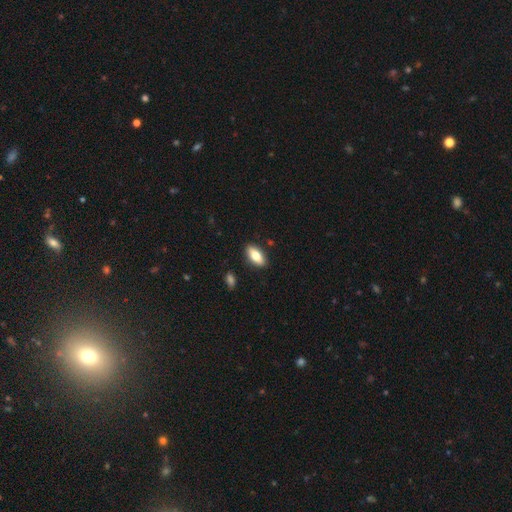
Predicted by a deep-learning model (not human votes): A smooth galaxy with no disk features (75%) that is in between round and cigar-shaped (83%).

Vote fractions:
- Smooth or featured? smooth: 75% / featured or disk: 18% / star or artifact: 6%
- How rounded? in between: 83% / cigar-shaped: 14% / round: 3%
- Merging? none: 88% / minor disturbance: 9% / major disturbance: 2% / merger: 2%